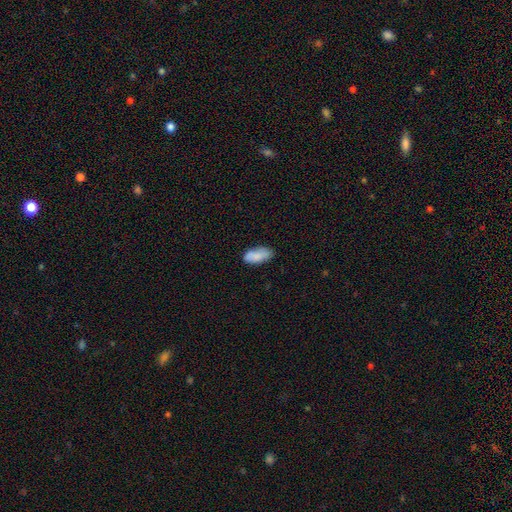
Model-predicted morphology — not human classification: Overall: smooth (82%). How rounded: in between (89%). Merging: none (67%).